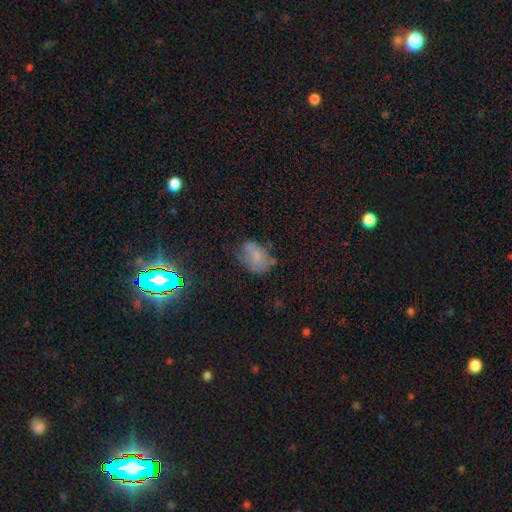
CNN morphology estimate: A smooth galaxy with no disk features (54%) that is in between round and cigar-shaped (77%). Merging: none (46%).